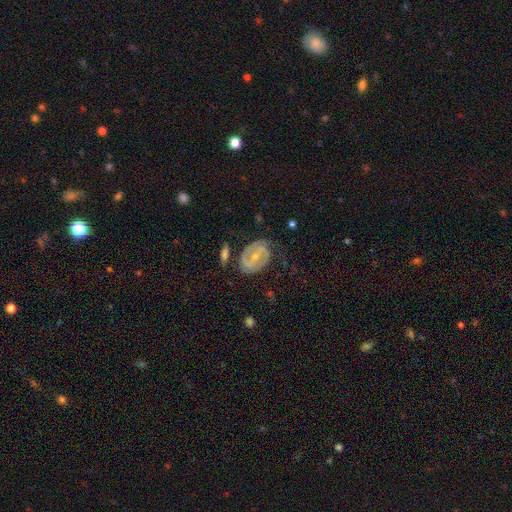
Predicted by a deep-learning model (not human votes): Smooth or featured?
  - featured or disk: 71% *
  - smooth: 23%
  - star or artifact: 6%
Edge-on disk?
  - no: 96% *
  - yes: 4%
Bar?
  - weak: 42% *
  - no: 39%
  - strong: 19%
Spiral arms?
  - yes: 73% *
  - no: 27%
Bulge size?
  - small: 51% *
  - moderate: 45%
  - none: 2%
  - large: 1%
  - dominant: 1%
Merging?
  - none: 61% *
  - minor disturbance: 24%
  - major disturbance: 11%
  - merger: 4%